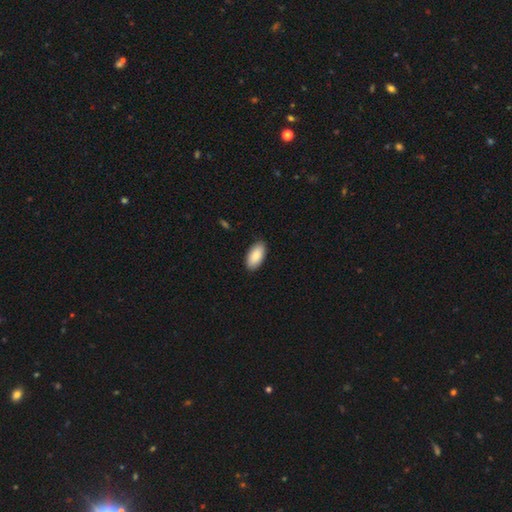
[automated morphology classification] The model was most divided on "smooth or featured": smooth: 87%, featured or disk: 7%, star or artifact: 6%. More confident: how rounded — in between (95%); merging — none (89%).